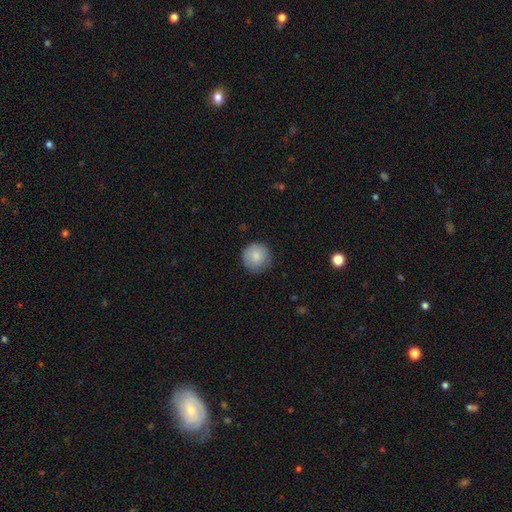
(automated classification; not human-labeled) smooth_or_featured: smooth (p=0.85) [alt: featured or disk p=0.08]
how_rounded: round (p=0.95) [alt: in between p=0.04]
merging: none (p=0.85) [alt: minor disturbance p=0.11]